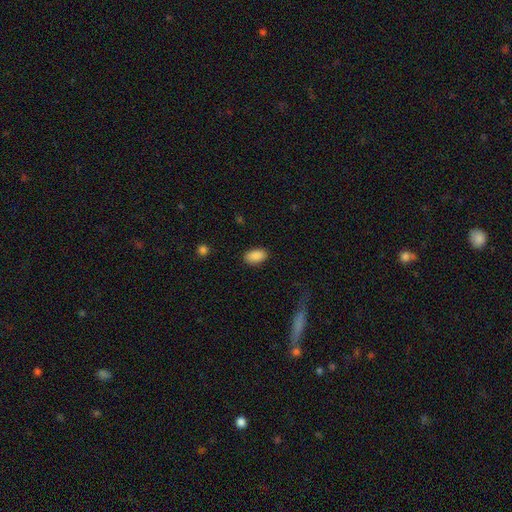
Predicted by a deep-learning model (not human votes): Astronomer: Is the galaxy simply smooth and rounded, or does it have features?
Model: smooth — 89%.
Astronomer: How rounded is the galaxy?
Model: in between — 94%.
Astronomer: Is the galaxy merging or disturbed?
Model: none — 88%.